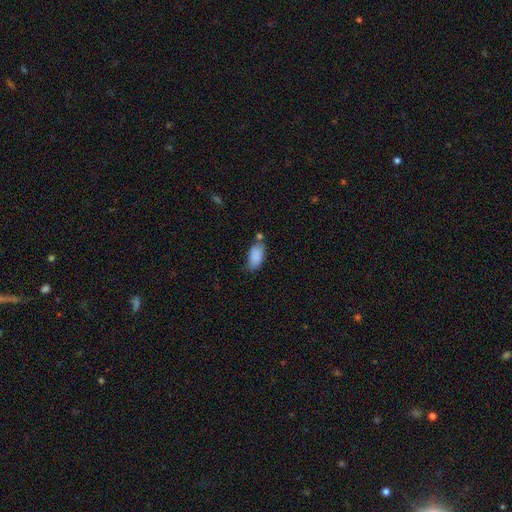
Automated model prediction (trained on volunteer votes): smooth_or_featured: smooth (p=0.87) [alt: star or artifact p=0.07]
how_rounded: in between (p=0.91) [alt: cigar-shaped p=0.06]
merging: none (p=0.60) [alt: minor disturbance p=0.23]